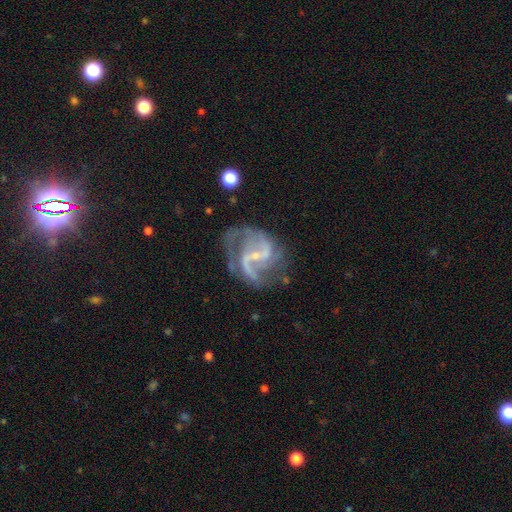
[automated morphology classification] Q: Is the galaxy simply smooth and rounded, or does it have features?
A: featured or disk — 90%.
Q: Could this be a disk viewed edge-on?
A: no — 98%.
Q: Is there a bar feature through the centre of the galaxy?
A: weak — 48%.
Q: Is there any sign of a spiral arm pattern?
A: yes — 97%.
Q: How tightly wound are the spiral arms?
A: medium — 51%.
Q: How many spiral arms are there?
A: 2 — 77%.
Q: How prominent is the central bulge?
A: small — 77%.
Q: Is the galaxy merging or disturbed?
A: none — 58%.